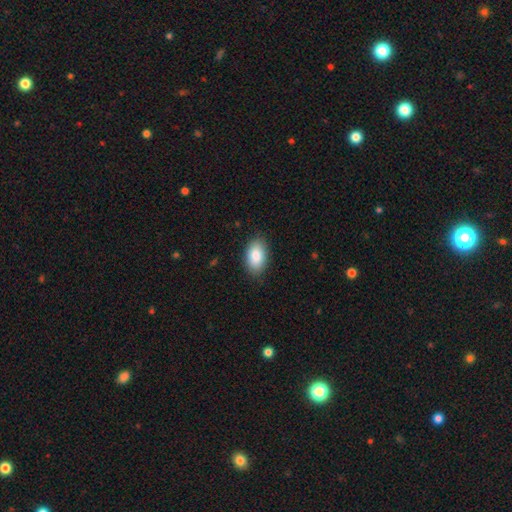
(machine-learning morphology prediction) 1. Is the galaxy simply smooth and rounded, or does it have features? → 86% smooth, 7% featured or disk, 7% star or artifact.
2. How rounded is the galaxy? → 93% in between, 6% round, 2% cigar-shaped.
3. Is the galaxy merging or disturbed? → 85% none, 11% minor disturbance, 3% major disturbance, 1% merger.